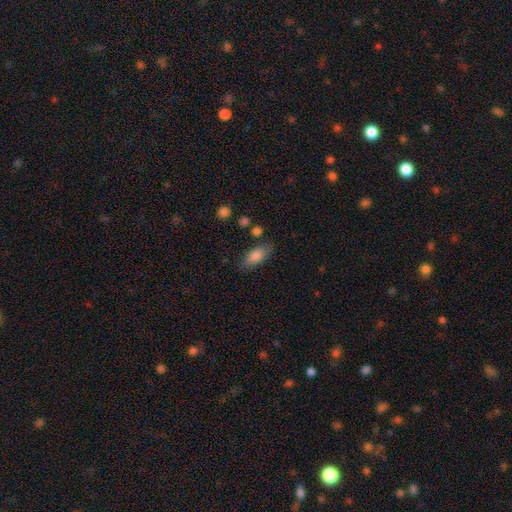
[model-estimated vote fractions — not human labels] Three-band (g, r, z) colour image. It shows a smooth galaxy with no disk features (82%) that is in between round and cigar-shaped (85%). Merging: none (77%).